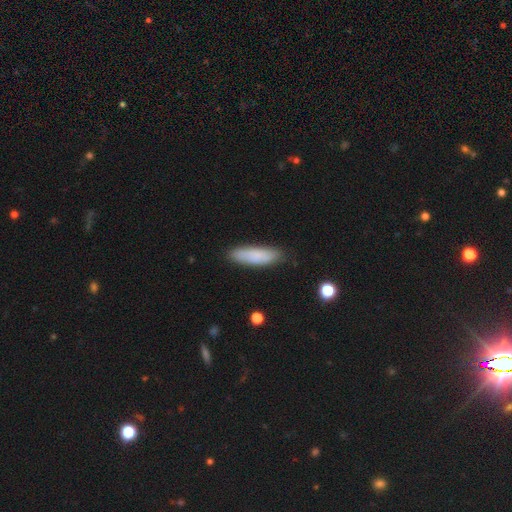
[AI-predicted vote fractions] smooth 81%, featured or disk 12%, star or artifact 6%. Down the decision tree: how rounded — cigar-shaped (62%); merging — none (84%).